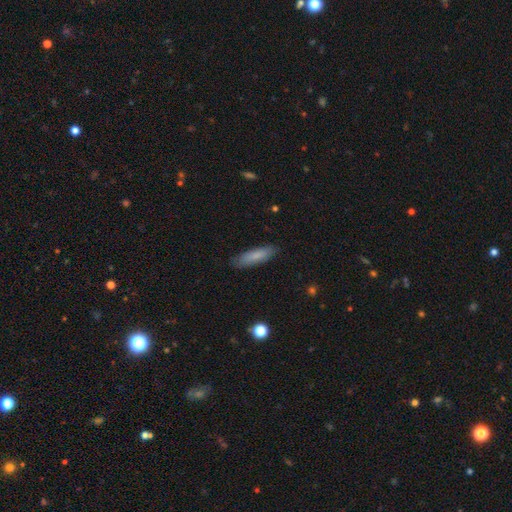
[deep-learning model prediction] A smooth galaxy with no disk features (80%) that is cigar-shaped (66%).

Vote fractions:
- Smooth or featured? smooth: 80% / featured or disk: 14% / star or artifact: 6%
- How rounded? cigar-shaped: 66% / in between: 33% / round: 2%
- Merging? none: 85% / minor disturbance: 11% / major disturbance: 2% / merger: 1%